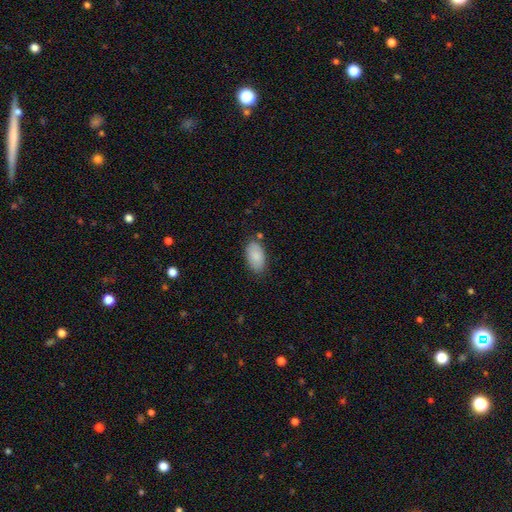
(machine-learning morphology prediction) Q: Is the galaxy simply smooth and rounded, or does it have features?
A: smooth — 86%.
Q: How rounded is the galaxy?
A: in between — 95%.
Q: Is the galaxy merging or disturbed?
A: none — 78%.